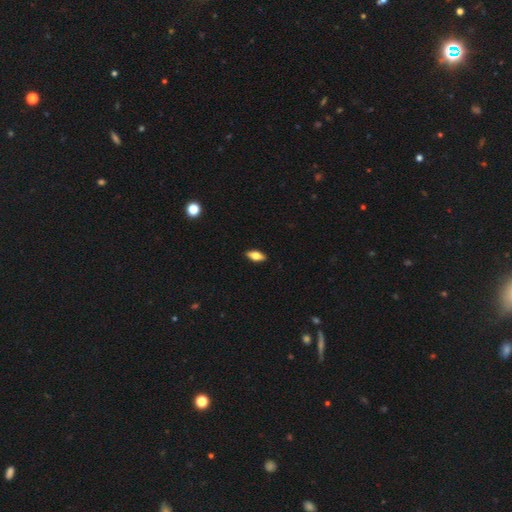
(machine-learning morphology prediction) Smooth or featured? smooth (64%)
How rounded? in between (81%)
Merging? none (89%)